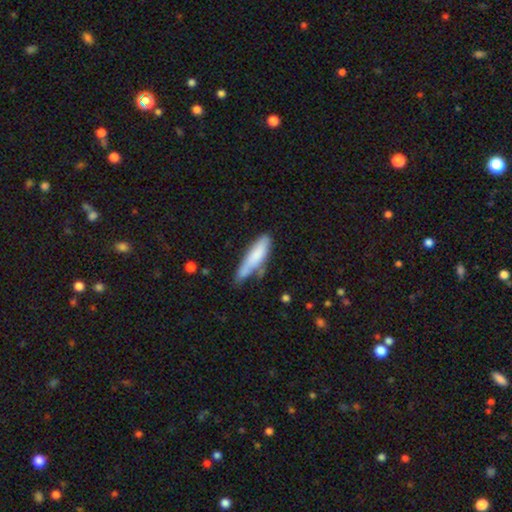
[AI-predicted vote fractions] Overall: smooth (77%). How rounded: cigar-shaped (72%). Merging: none (52%; minor disturbance 31%).